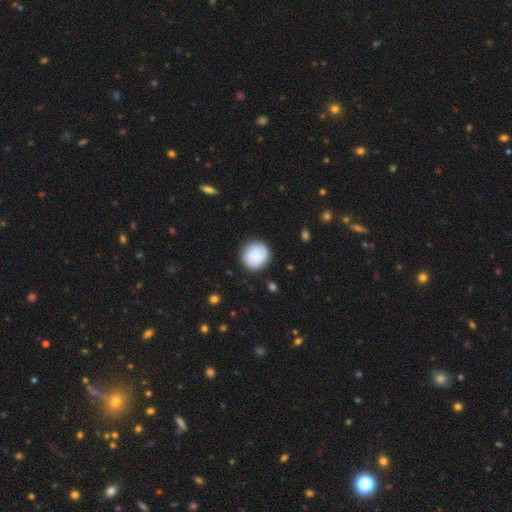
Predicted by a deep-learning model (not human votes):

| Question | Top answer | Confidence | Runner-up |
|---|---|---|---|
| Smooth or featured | smooth | 79% | featured or disk (14%) |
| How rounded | round | 86% | in between (13%) |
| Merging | none | 84% | minor disturbance (11%) |